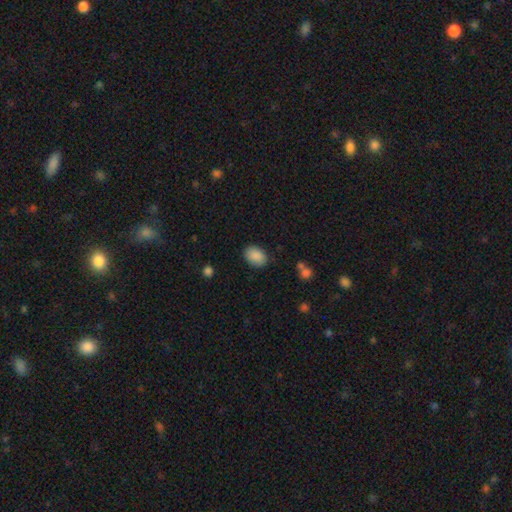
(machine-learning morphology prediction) A smooth galaxy with no disk features (89%) that is in between round and cigar-shaped (79%). Merging: none (85%).